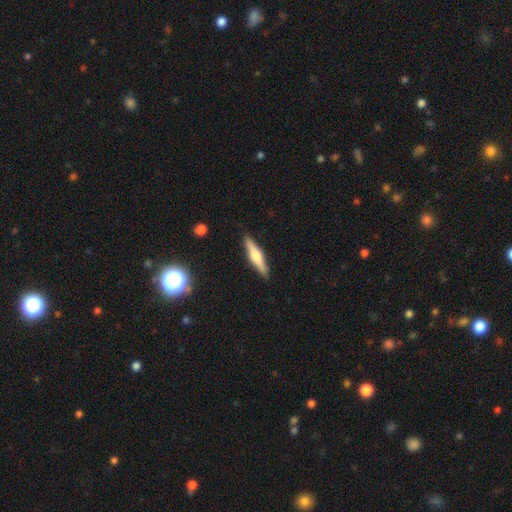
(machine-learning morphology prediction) type=featured or disk (54%); edge-on=yes (97%); edge-on bulge=rounded (78%); merging=none (89%).